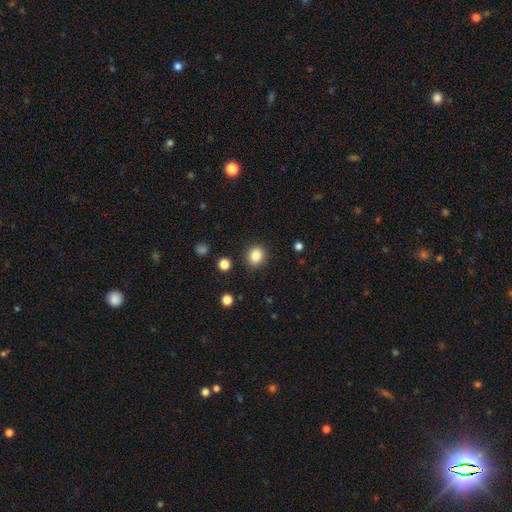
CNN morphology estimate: smooth 85%, star or artifact 10%, featured or disk 5%. Down the decision tree: how rounded — round (78%); merging — none (89%).